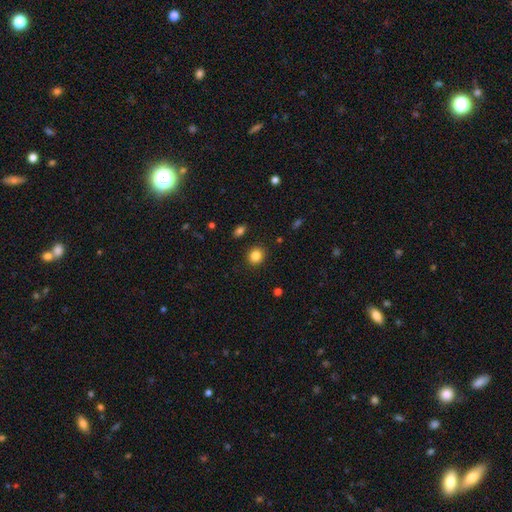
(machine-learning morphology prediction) type=smooth (84%); roundness=round (79%); merging=none (90%).